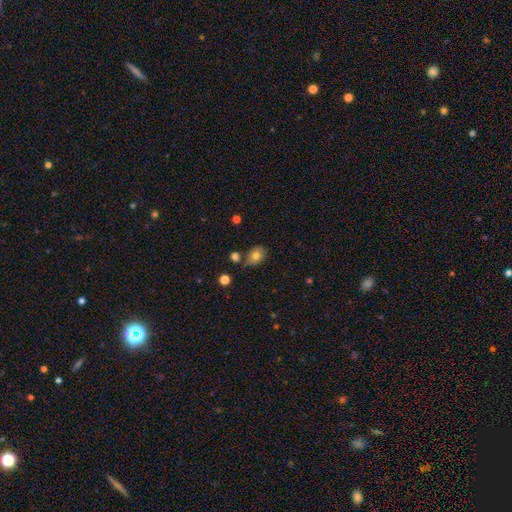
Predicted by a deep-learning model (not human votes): Overall: smooth (75%). How rounded: in between (63%; round 35%). Merging: none (63%).